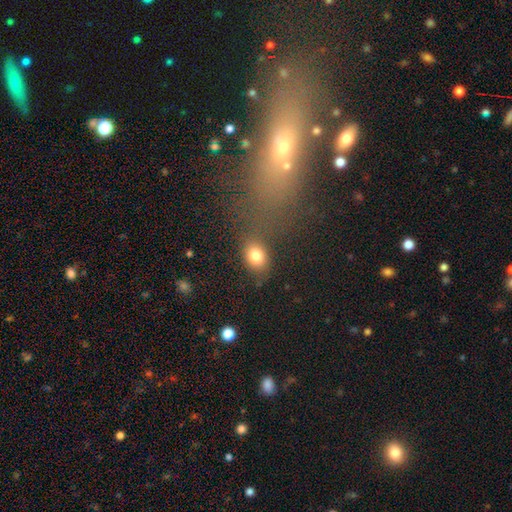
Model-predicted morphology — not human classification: smooth 81%, star or artifact 11%, featured or disk 8%. Down the decision tree: how rounded — in between (60%); merging — none (73%).